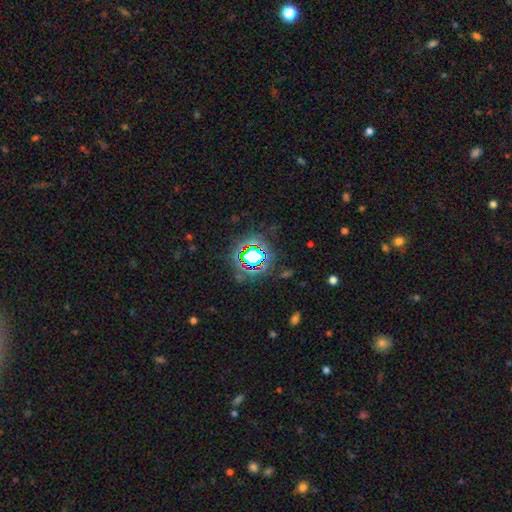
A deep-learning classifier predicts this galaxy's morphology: Overall: star or artifact (73%).